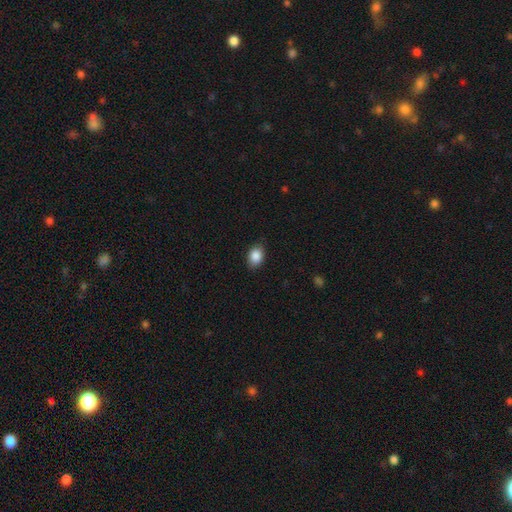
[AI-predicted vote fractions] Q: Smooth or featured?
A: smooth (88%); runner-up: star or artifact (8%)
Q: How rounded?
A: in between (75%); runner-up: round (24%)
Q: Merging?
A: none (85%); runner-up: minor disturbance (12%)